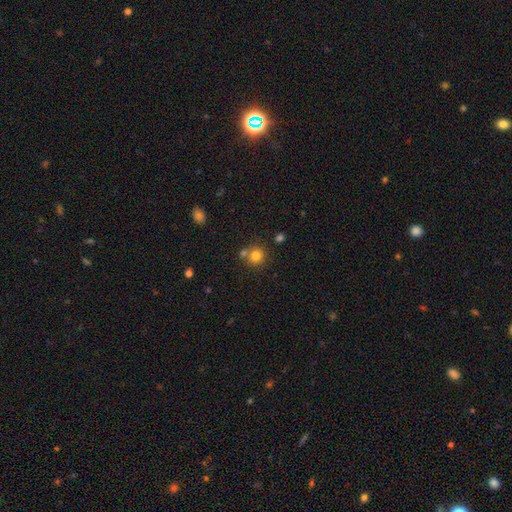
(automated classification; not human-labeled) Smooth or featured? smooth (80%)
How rounded? round (88%)
Merging? none (65%)